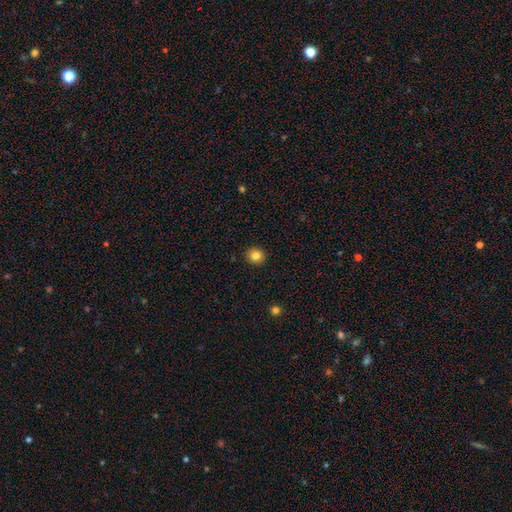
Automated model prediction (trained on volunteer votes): A smooth galaxy with no disk features (83%) that is round (89%).

Vote fractions:
- Smooth or featured? smooth: 83% / star or artifact: 11% / featured or disk: 6%
- How rounded? round: 89% / in between: 10% / cigar-shaped: 1%
- Merging? none: 92% / minor disturbance: 5% / major disturbance: 1% / merger: 1%